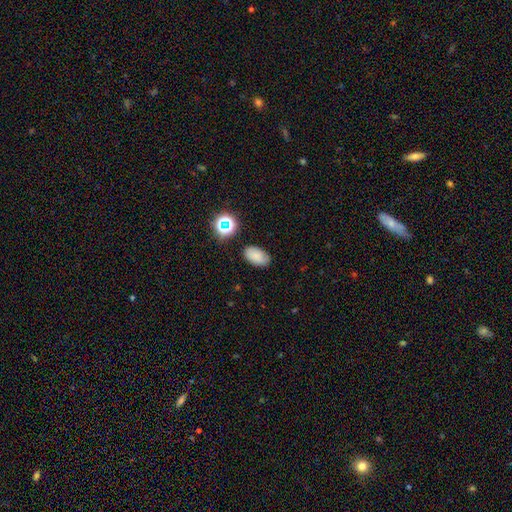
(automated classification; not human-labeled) The model was most divided on "smooth or featured": smooth: 79%, star or artifact: 13%, featured or disk: 8%. More confident: how rounded — in between (91%); merging — none (80%).